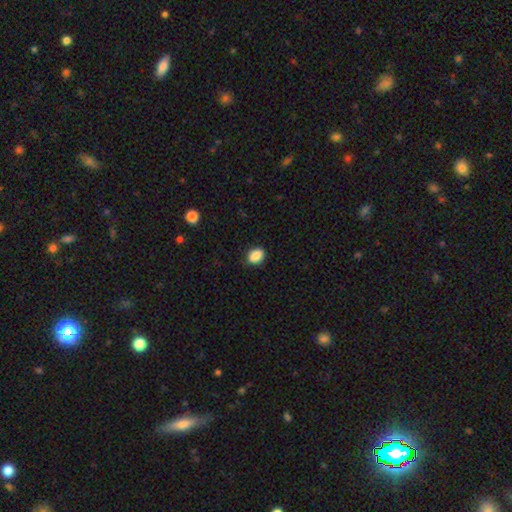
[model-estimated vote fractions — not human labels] Overall: smooth (89%). How rounded: in between (70%). Merging: none (85%).